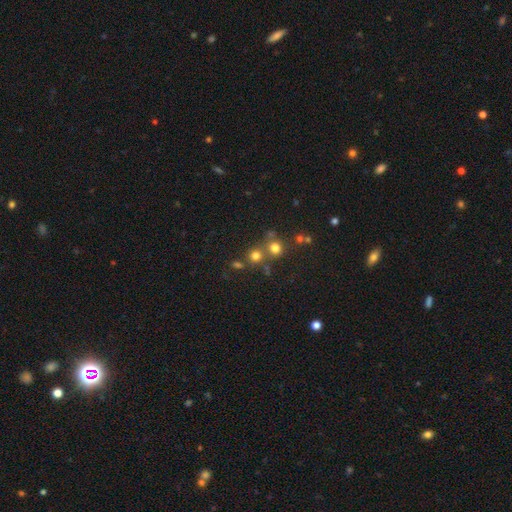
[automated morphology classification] The model was most divided on "merging": none: 65%, merger: 25%, minor disturbance: 7%, major disturbance: 3%. More confident: how rounded — round (89%); smooth or featured — smooth (71%).